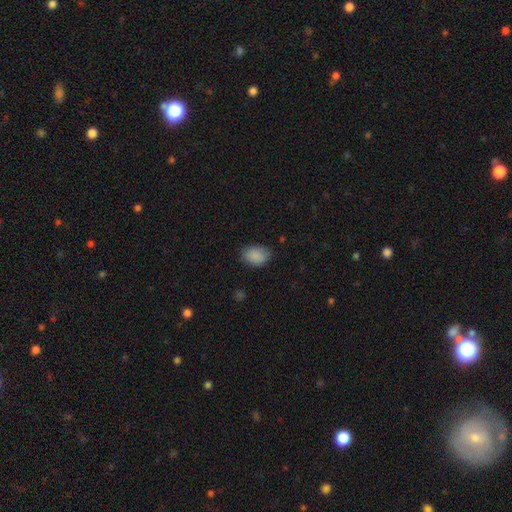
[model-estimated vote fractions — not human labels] Smooth or featured? Predicted: smooth (p=0.88). How rounded? Predicted: in between (p=0.77). Merging? Predicted: none (p=0.76).